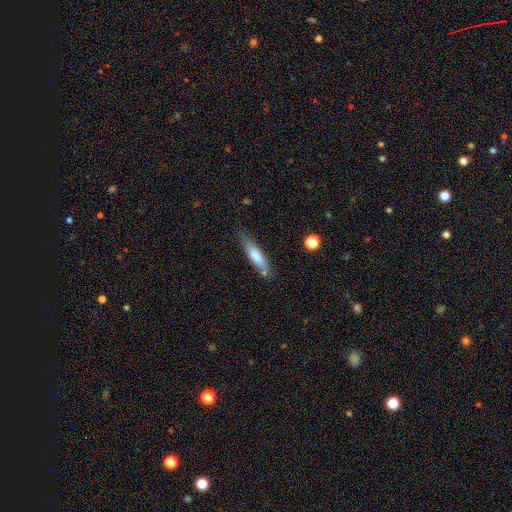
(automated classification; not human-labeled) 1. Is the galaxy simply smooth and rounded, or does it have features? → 72% smooth, 22% featured or disk, 6% star or artifact.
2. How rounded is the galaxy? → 76% cigar-shaped, 23% in between, 1% round.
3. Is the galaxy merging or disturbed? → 74% none, 18% minor disturbance, 4% major disturbance, 4% merger.